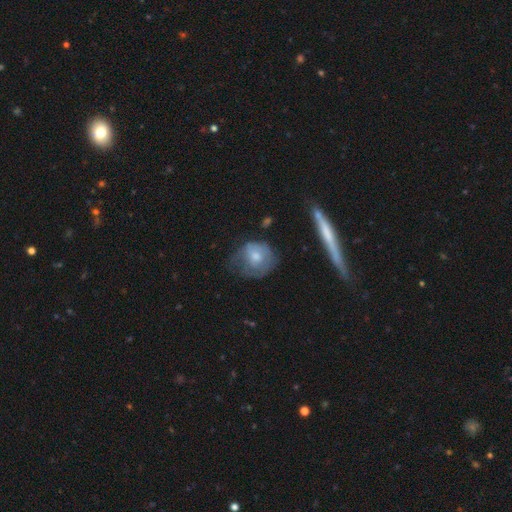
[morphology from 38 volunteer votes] Q: Smooth or featured?
A: smooth (71%); runner-up: featured or disk (26%)
Q: How rounded?
A: round (59%); runner-up: in between (37%)
Q: Merging?
A: minor disturbance (41%); runner-up: none (30%)